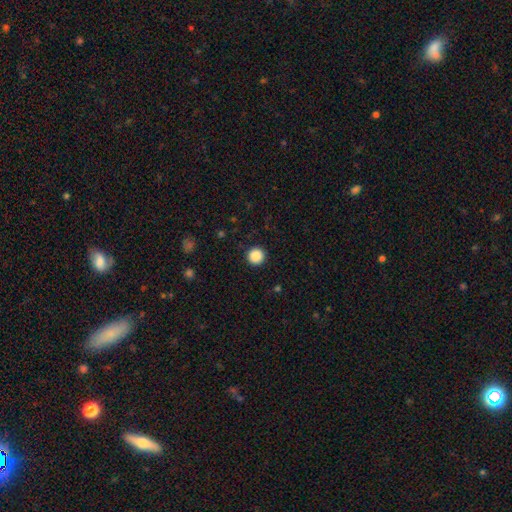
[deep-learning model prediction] The model was most divided on "smooth or featured": smooth: 88%, star or artifact: 9%, featured or disk: 2%. More confident: how rounded — round (96%); merging — none (92%).